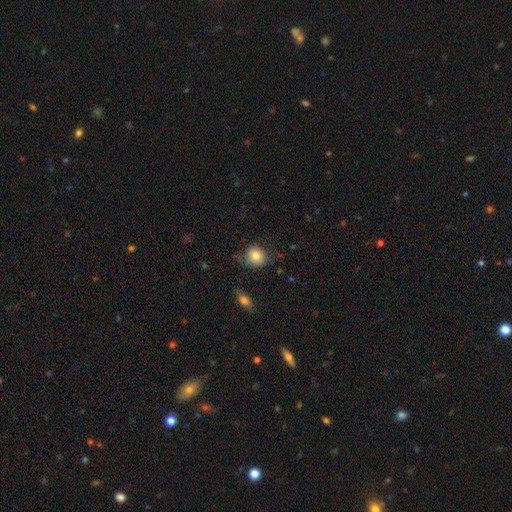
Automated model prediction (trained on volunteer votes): Smooth or featured?
  - smooth: 80% *
  - featured or disk: 11%
  - star or artifact: 10%
How rounded?
  - round: 79% *
  - in between: 20%
  - cigar-shaped: 1%
Merging?
  - none: 70% *
  - minor disturbance: 21%
  - major disturbance: 6%
  - merger: 3%